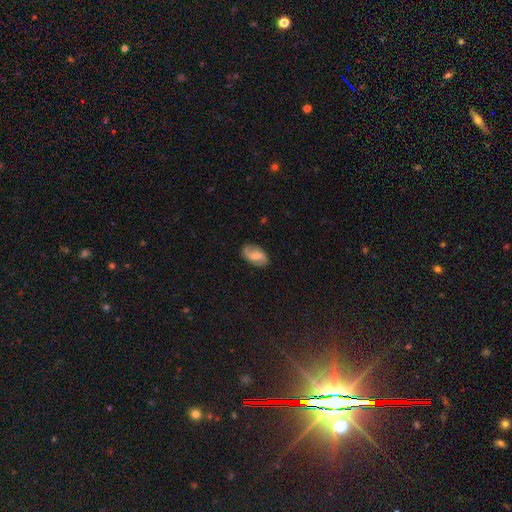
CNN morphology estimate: Smooth or featured?
  - featured or disk: 64% *
  - smooth: 28%
  - star or artifact: 7%
Edge-on disk?
  - no: 96% *
  - yes: 4%
Bar?
  - weak: 51% *
  - no: 29%
  - strong: 20%
Spiral arms?
  - yes: 92% *
  - no: 8%
Spiral winding?
  - loose: 61% *
  - medium: 29%
  - tight: 10%
Spiral arm count?
  - 2: 88% *
  - can't tell: 5%
  - 1: 4%
  - 3: 1%
  - 4: 1%
  - more than 4: 1%
Bulge size?
  - small: 38% *
  - moderate: 35%
  - none: 20%
  - large: 5%
  - dominant: 1%
Merging?
  - none: 79% *
  - minor disturbance: 15%
  - major disturbance: 4%
  - merger: 1%